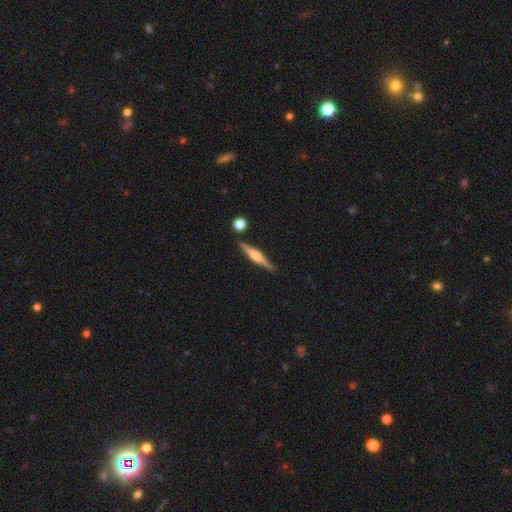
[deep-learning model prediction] This is likely a featured or disk galaxy (71%). It is clearly viewed edge-on (98%). Edge-on bulge: likely rounded (75%). Merging: clearly none (87%).